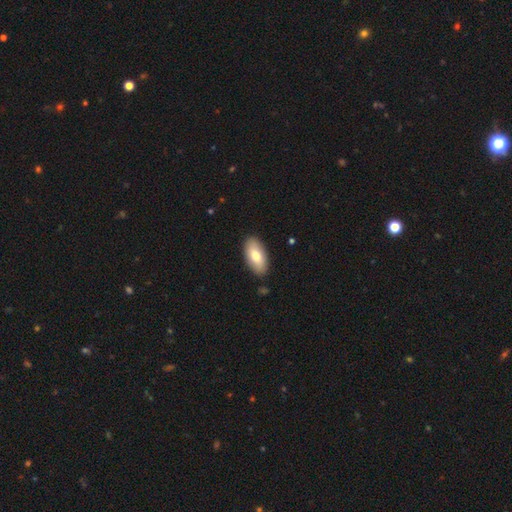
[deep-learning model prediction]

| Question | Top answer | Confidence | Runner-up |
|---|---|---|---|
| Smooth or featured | smooth | 76% | featured or disk (18%) |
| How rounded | in between | 93% | cigar-shaped (5%) |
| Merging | none | 88% | minor disturbance (9%) |